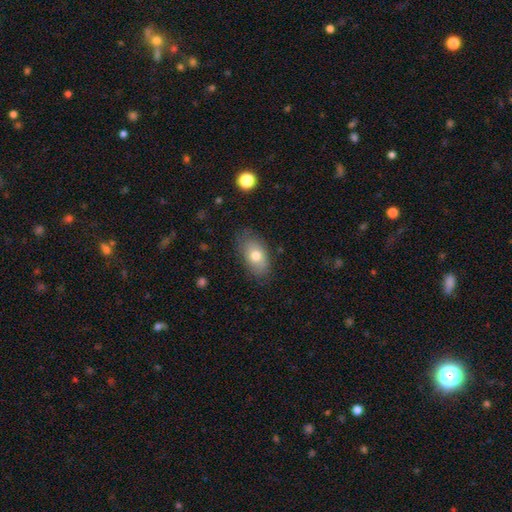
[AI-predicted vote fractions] Overall: smooth (73%). How rounded: in between (89%). Merging: none (78%).